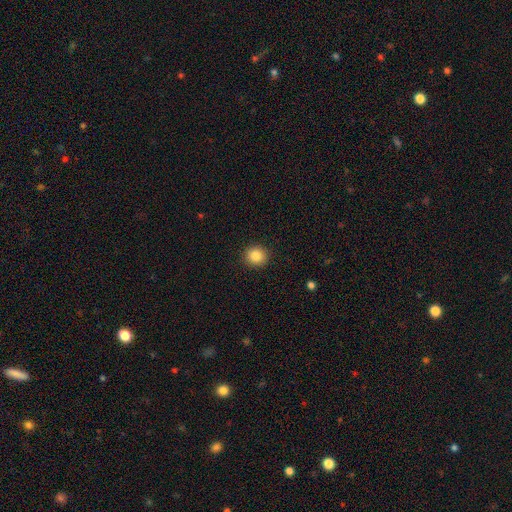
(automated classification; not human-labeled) The model was most divided on "how rounded": round: 87%, in between: 12%, cigar-shaped: 1%. More confident: merging — none (91%); smooth or featured — smooth (86%).